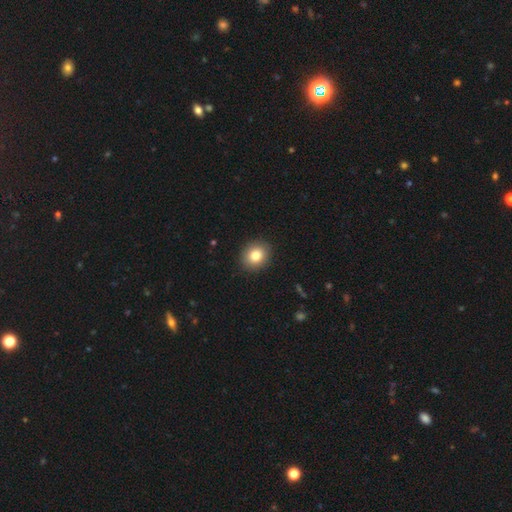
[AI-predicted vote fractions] Q: Smooth or featured?
A: smooth (82%); runner-up: star or artifact (10%)
Q: How rounded?
A: round (76%); runner-up: in between (23%)
Q: Merging?
A: none (91%); runner-up: minor disturbance (6%)